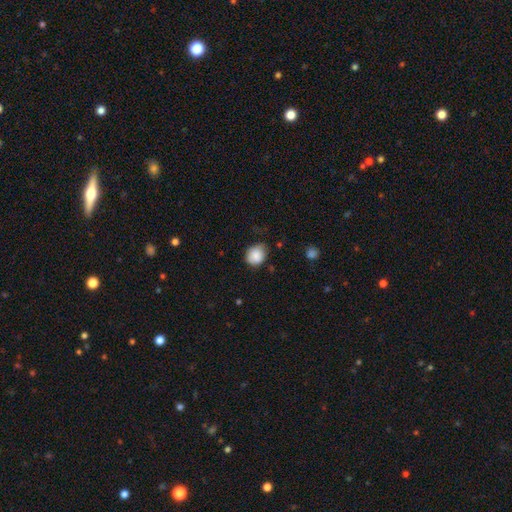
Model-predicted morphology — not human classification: A smooth galaxy with no disk features (86%) that is round (65%).

Vote fractions:
- Smooth or featured? smooth: 86% / star or artifact: 8% / featured or disk: 6%
- How rounded? round: 65% / in between: 34% / cigar-shaped: 1%
- Merging? none: 65% / minor disturbance: 28% / major disturbance: 5% / merger: 2%